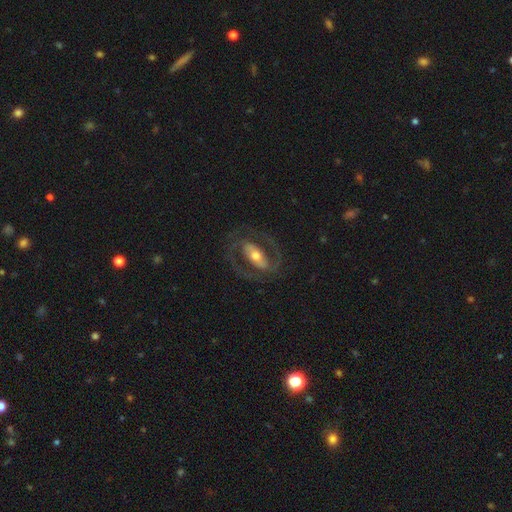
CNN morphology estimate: smooth_or_featured: featured or disk (p=0.82) [alt: smooth p=0.14]
disk_edge_on: no (p=0.94) [alt: yes p=0.06]
bar: strong (p=0.52) [alt: weak p=0.27]
has_spiral_arms: yes (p=0.81) [alt: no p=0.19]
spiral_winding: medium (p=0.52) [alt: tight p=0.31]
spiral_arm_count: 2 (p=0.88) [alt: can't tell p=0.06]
bulge_size: moderate (p=0.63) [alt: small p=0.23]
merging: none (p=0.75) [alt: minor disturbance p=0.12]